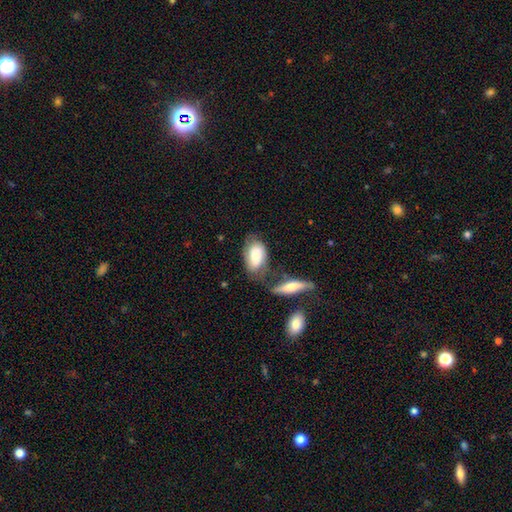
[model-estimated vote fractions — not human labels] Smooth or featured?
  - smooth: 63% *
  - featured or disk: 30%
  - star or artifact: 7%
How rounded?
  - in between: 91% *
  - round: 6%
  - cigar-shaped: 3%
Merging?
  - none: 45% *
  - minor disturbance: 23%
  - merger: 22%
  - major disturbance: 10%